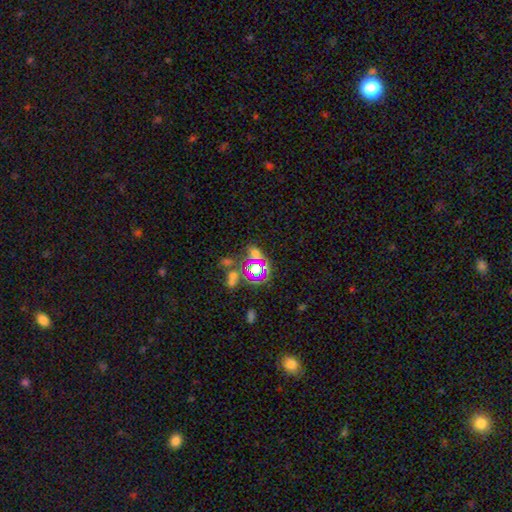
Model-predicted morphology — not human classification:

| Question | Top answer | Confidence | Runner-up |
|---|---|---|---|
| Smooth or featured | star or artifact | 61% | smooth (26%) |